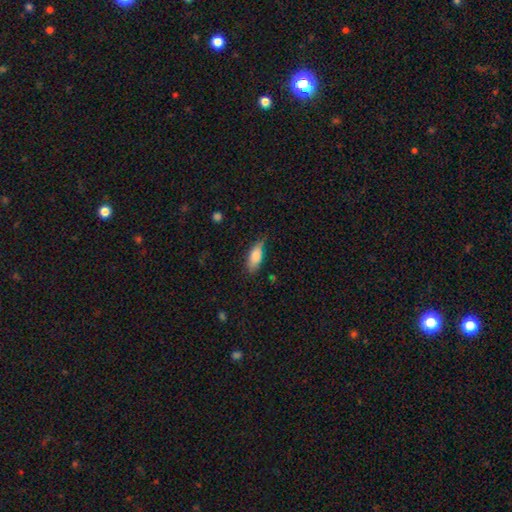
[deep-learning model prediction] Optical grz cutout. It shows a smooth galaxy with no disk features (80%) that is in between round and cigar-shaped (76%). Merging: none (63%).